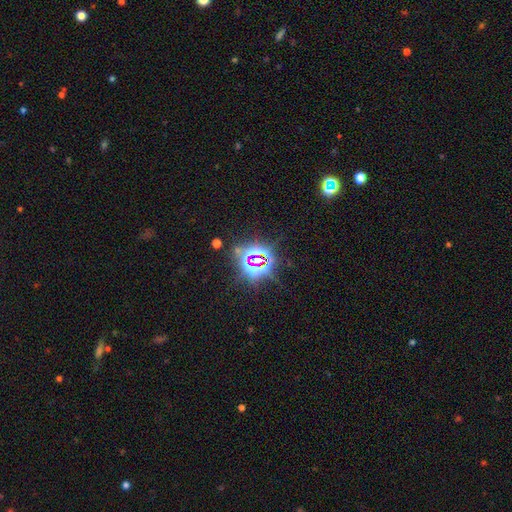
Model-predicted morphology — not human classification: A star or artifact, not a galaxy (81%).

Vote fractions:
- Smooth or featured? star or artifact: 81% / smooth: 11% / featured or disk: 7%